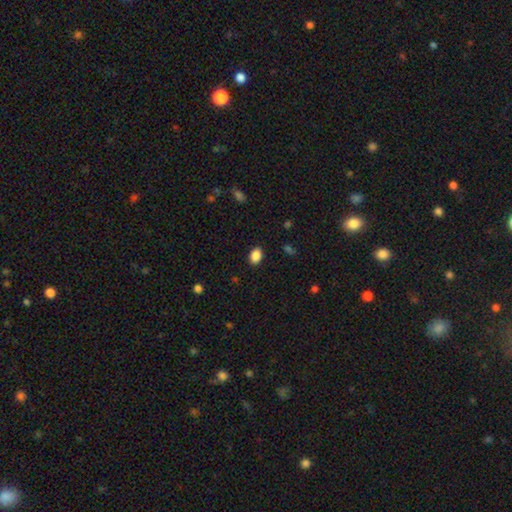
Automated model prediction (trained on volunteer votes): A smooth galaxy with no disk features (88%) that is in between round and cigar-shaped (83%). Merging: none (88%).